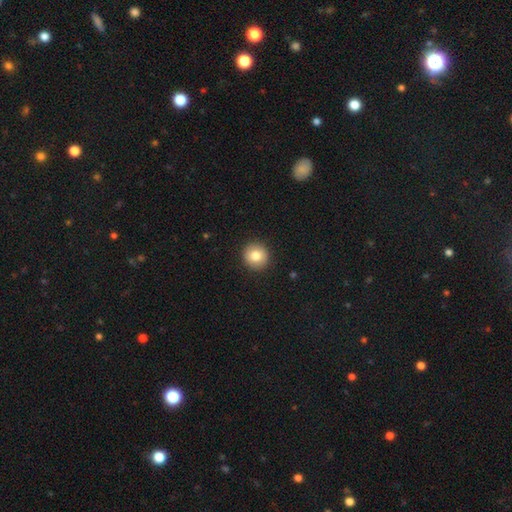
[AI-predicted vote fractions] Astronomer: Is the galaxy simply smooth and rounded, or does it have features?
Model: smooth — 82%.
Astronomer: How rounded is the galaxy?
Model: round — 94%.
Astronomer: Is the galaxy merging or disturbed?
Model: none — 92%.